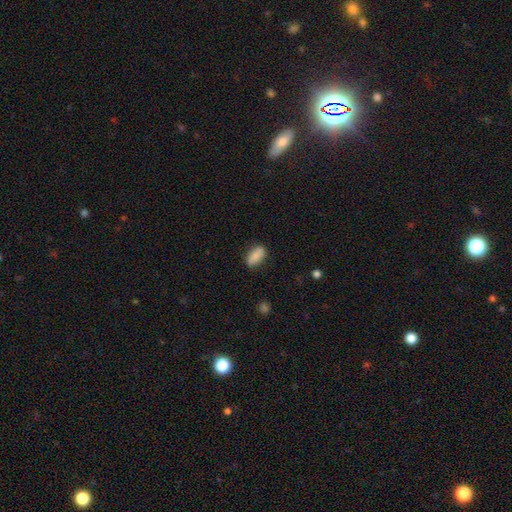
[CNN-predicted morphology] This is clearly a smooth galaxy (84%). How rounded: clearly in between (88%). Merging: clearly none (82%).